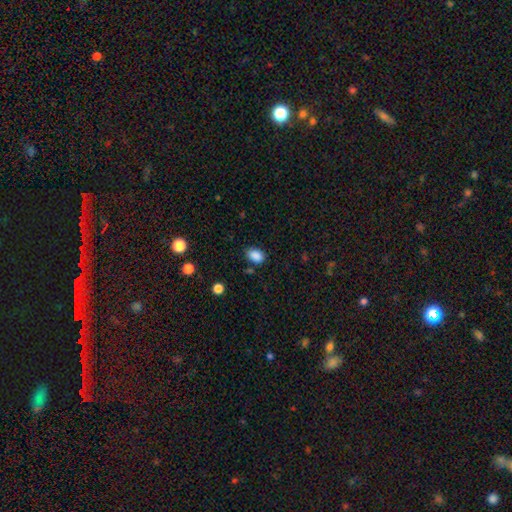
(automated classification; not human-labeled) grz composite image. It shows a smooth galaxy with no disk features (88%) that is in between round and cigar-shaped (81%). Merging: none (79%).